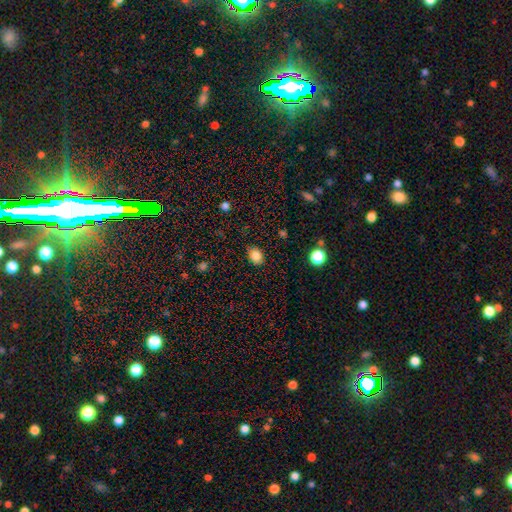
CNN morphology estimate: This is clearly a smooth galaxy (84%). How rounded: possibly in between (57%). Merging: clearly none (84%).